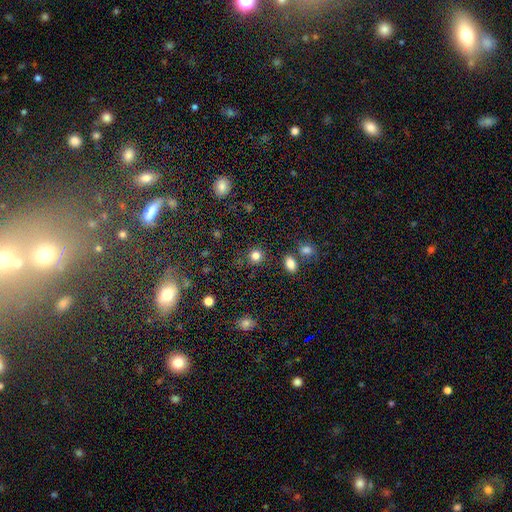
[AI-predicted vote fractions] This appears to be a smooth galaxy with no disk features (82%) that is round (87%). Merging: none (84%).